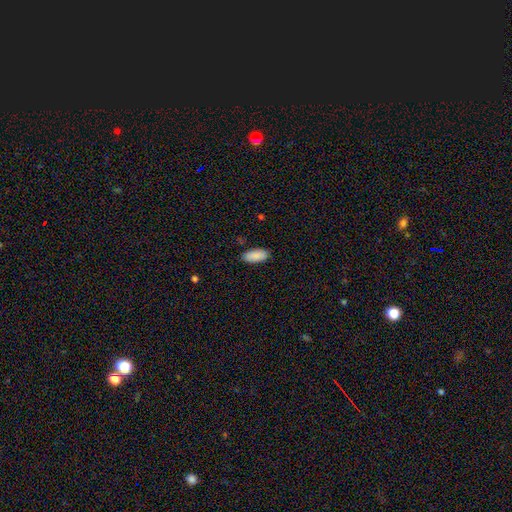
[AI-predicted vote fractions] This is clearly a smooth galaxy (90%). How rounded: clearly in between (89%). Merging: clearly none (87%).